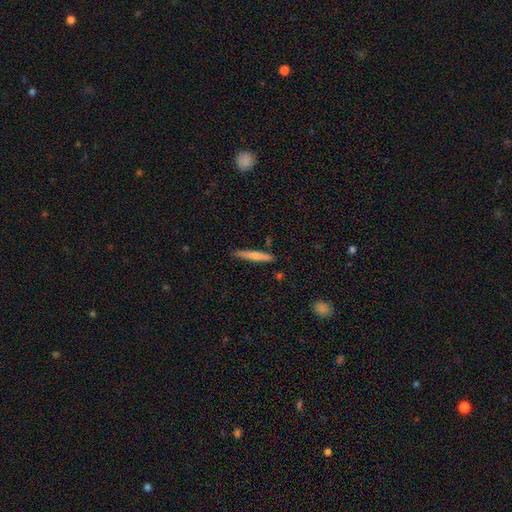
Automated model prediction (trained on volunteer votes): smooth 65%, featured or disk 29%, star or artifact 5%. Down the decision tree: how rounded — cigar-shaped (93%); merging — none (84%).